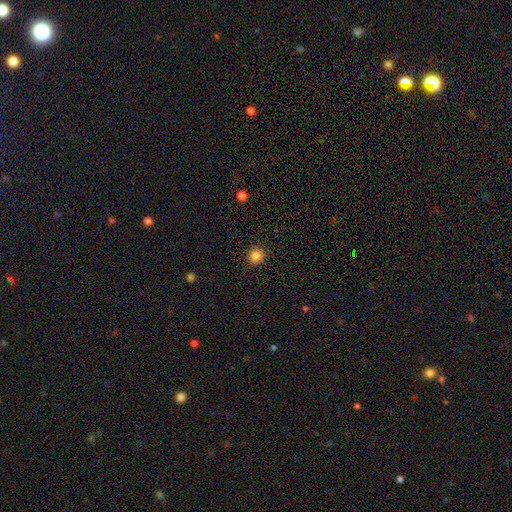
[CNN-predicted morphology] Q: Smooth or featured?
A: smooth (85%); runner-up: star or artifact (11%)
Q: How rounded?
A: round (84%); runner-up: in between (15%)
Q: Merging?
A: none (90%); runner-up: minor disturbance (7%)